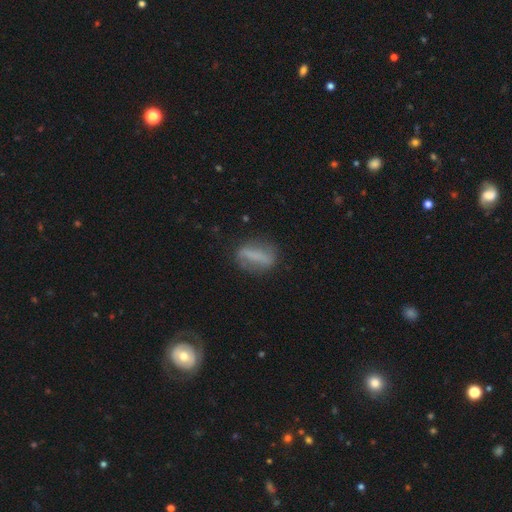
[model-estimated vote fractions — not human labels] smooth_or_featured: smooth (p=0.51) [alt: featured or disk p=0.39]
how_rounded: in between (p=0.53) [alt: cigar-shaped p=0.35]
merging: none (p=0.73) [alt: minor disturbance p=0.16]